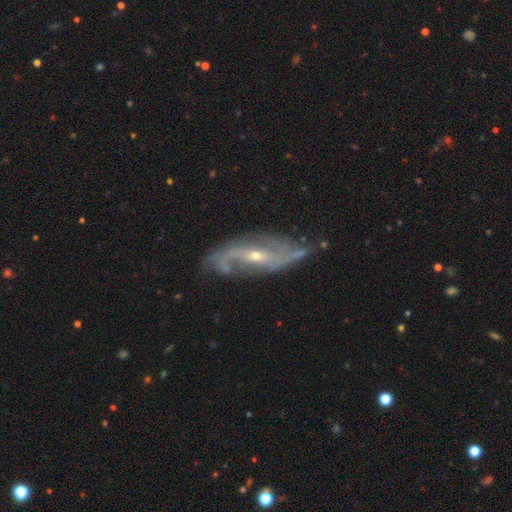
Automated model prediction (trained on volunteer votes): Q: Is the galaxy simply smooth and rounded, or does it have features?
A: featured or disk — 84%.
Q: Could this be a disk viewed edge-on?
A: no — 85%.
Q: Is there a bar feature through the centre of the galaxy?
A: weak — 40%.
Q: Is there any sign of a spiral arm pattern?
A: yes — 94%.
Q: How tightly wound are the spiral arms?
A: loose — 42%.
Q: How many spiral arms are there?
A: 2 — 73%.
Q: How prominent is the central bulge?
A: small — 55%.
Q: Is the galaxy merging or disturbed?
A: none — 77%.